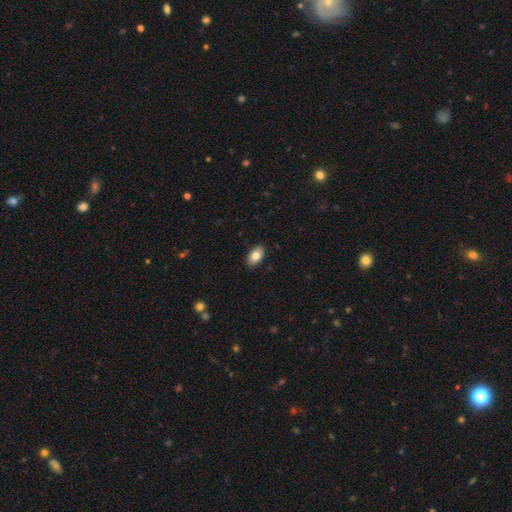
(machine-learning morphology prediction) A smooth galaxy with no disk features (81%) that is in between round and cigar-shaped (92%).

Vote fractions:
- Smooth or featured? smooth: 81% / featured or disk: 12% / star or artifact: 7%
- How rounded? in between: 92% / round: 6% / cigar-shaped: 2%
- Merging? none: 89% / minor disturbance: 8% / major disturbance: 2% / merger: 1%